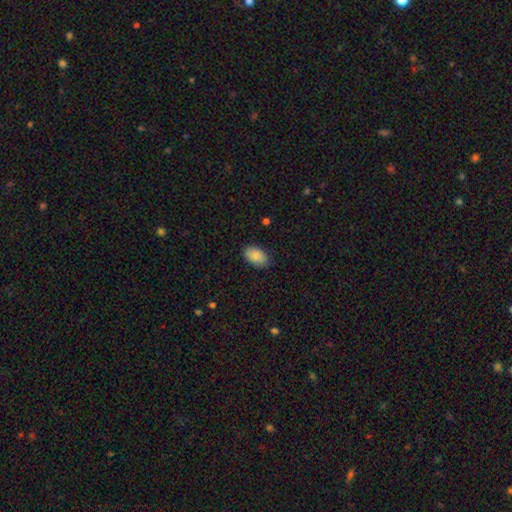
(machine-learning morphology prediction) Smooth or featured? smooth (88%)
How rounded? in between (93%)
Merging? none (86%)